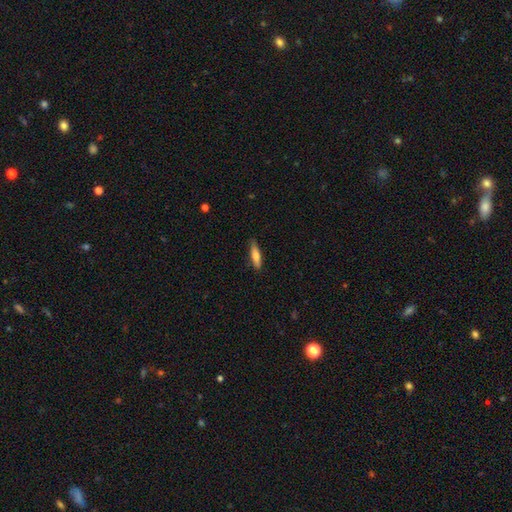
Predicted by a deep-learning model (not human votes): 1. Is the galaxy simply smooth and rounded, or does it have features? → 70% smooth, 24% featured or disk, 6% star or artifact.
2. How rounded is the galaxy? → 74% cigar-shaped, 24% in between, 2% round.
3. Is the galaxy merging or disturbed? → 84% none, 12% minor disturbance, 2% major disturbance, 1% merger.